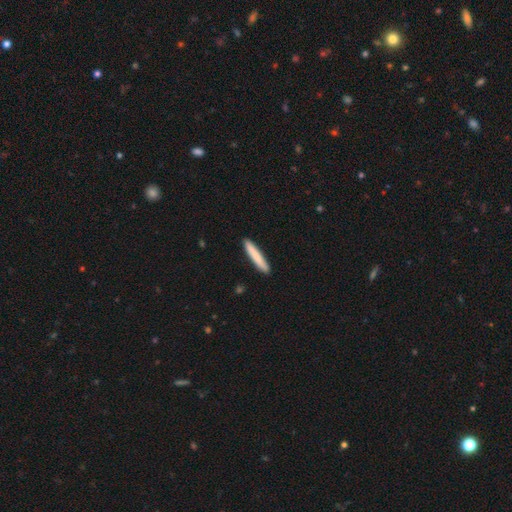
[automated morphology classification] This is clearly a smooth galaxy (80%). How rounded: clearly cigar-shaped (94%). Merging: clearly none (90%).